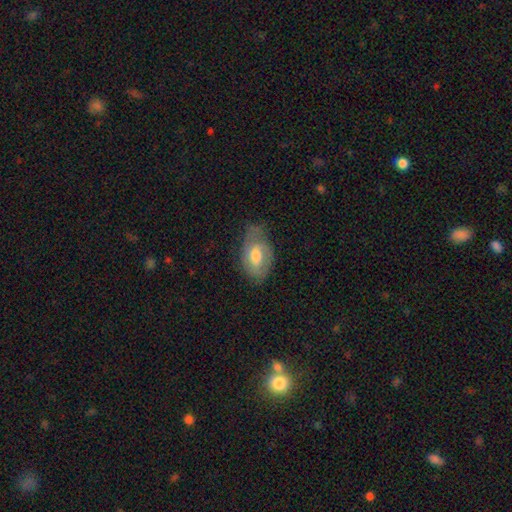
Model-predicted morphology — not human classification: Smooth or featured: featured or disk — 50% (smooth — 43%)
Edge-on disk: no — 93% (yes — 7%)
Merging: none — 51% (minor disturbance — 35%)